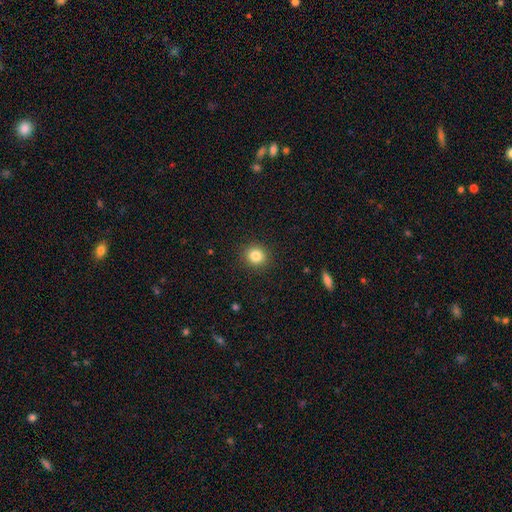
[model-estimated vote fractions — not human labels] Smooth or featured?
  - smooth: 83% *
  - star or artifact: 11%
  - featured or disk: 5%
How rounded?
  - round: 86% *
  - in between: 13%
  - cigar-shaped: 1%
Merging?
  - none: 91% *
  - minor disturbance: 6%
  - major disturbance: 2%
  - merger: 1%